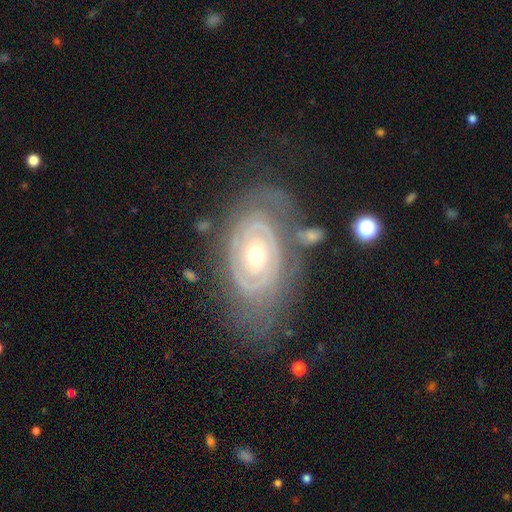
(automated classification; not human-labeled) Smooth or featured? featured or disk (83%)
Edge-on disk? no (95%)
Bar? no (79%)
Spiral arms? yes (74%)
Spiral winding? tight (76%)
Spiral arm count? can't tell (40%)
Bulge size? moderate (51%)
Merging? none (67%)